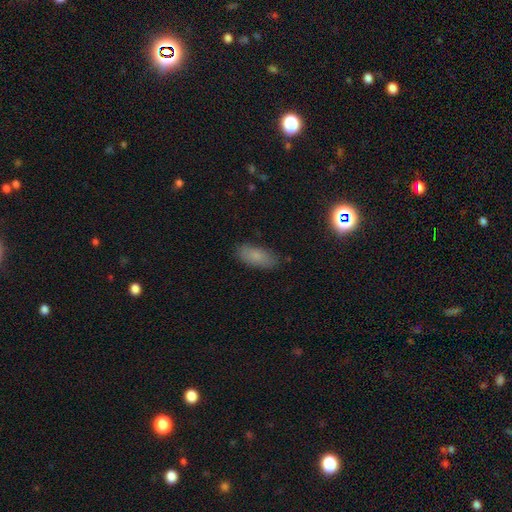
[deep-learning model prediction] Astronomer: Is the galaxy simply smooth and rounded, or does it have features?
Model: smooth — 80%.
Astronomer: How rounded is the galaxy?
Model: in between — 80%.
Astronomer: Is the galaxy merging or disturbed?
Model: none — 83%.